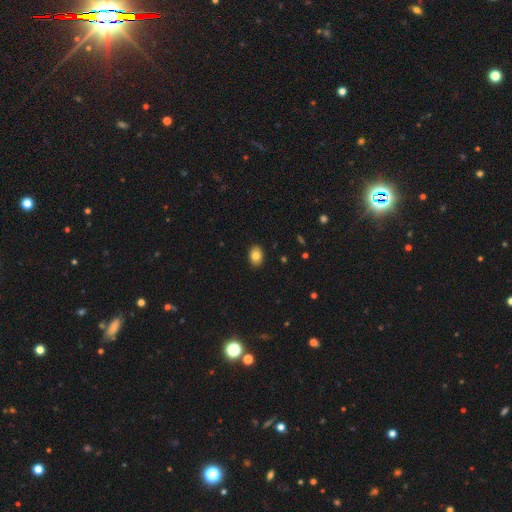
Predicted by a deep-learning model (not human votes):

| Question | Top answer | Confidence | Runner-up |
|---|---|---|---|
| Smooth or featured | smooth | 82% | featured or disk (9%) |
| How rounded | in between | 76% | round (23%) |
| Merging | none | 90% | minor disturbance (8%) |